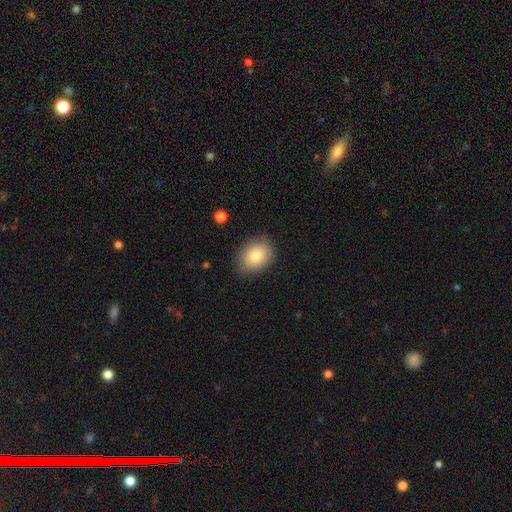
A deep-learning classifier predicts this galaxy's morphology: Overall: smooth (82%). How rounded: in between (64%; round 35%). Merging: none (83%).